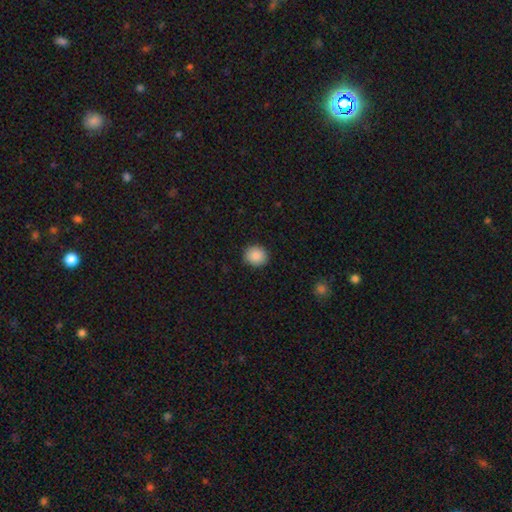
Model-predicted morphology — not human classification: Q: Smooth or featured?
A: smooth (87%); runner-up: star or artifact (9%)
Q: How rounded?
A: round (78%); runner-up: in between (21%)
Q: Merging?
A: none (89%); runner-up: minor disturbance (8%)